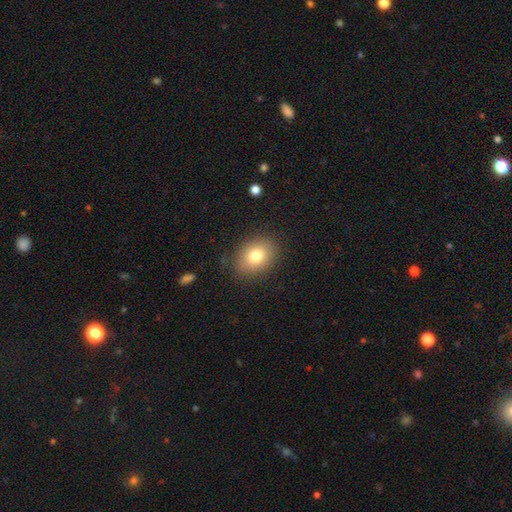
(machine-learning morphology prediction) A smooth galaxy with no disk features (79%) that is in between round and cigar-shaped (55%). Merging: none (85%).